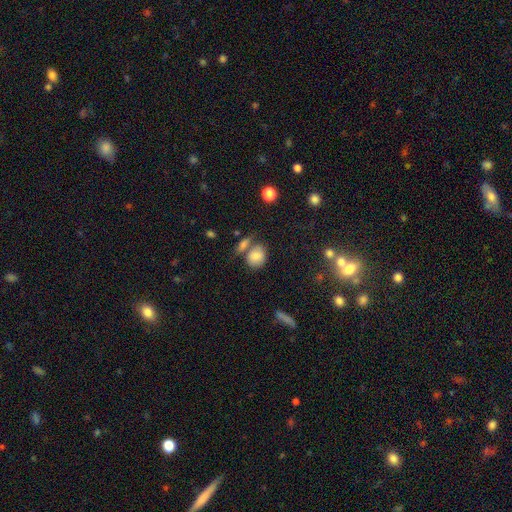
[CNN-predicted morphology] Q: Smooth or featured?
A: smooth (80%); runner-up: featured or disk (10%)
Q: How rounded?
A: in between (55%); runner-up: round (43%)
Q: Merging?
A: none (52%); runner-up: merger (27%)